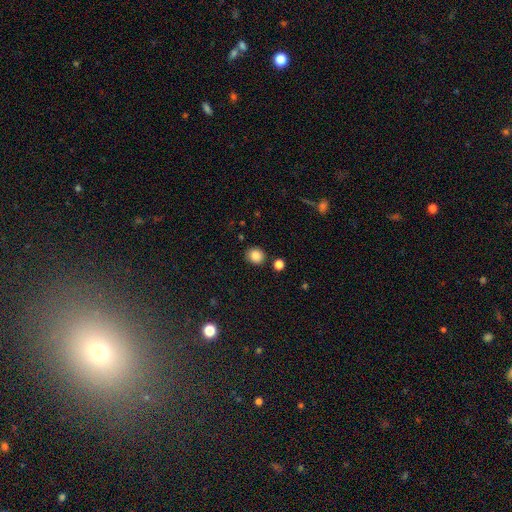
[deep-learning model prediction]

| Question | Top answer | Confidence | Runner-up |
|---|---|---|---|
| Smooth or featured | smooth | 86% | star or artifact (10%) |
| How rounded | round | 80% | in between (19%) |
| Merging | none | 85% | minor disturbance (9%) |